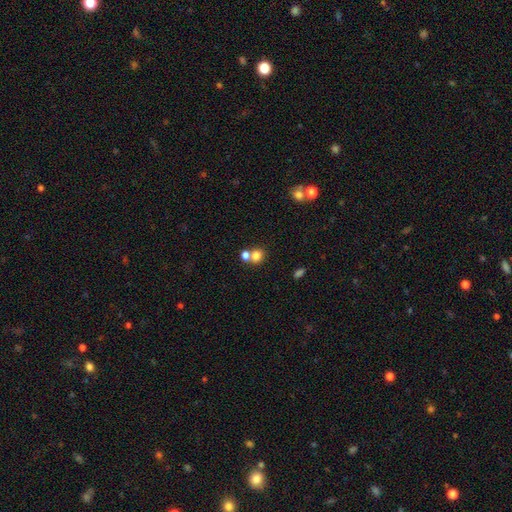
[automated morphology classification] This is likely a smooth galaxy (78%). How rounded: likely round (75%). Merging: possibly none (45%, tied with merger).